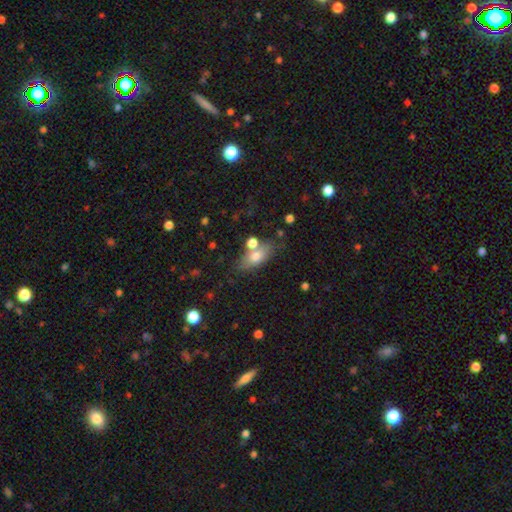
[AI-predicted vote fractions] Q: Smooth or featured?
A: smooth (71%); runner-up: featured or disk (21%)
Q: How rounded?
A: in between (78%); runner-up: cigar-shaped (15%)
Q: Merging?
A: none (62%); runner-up: merger (18%)